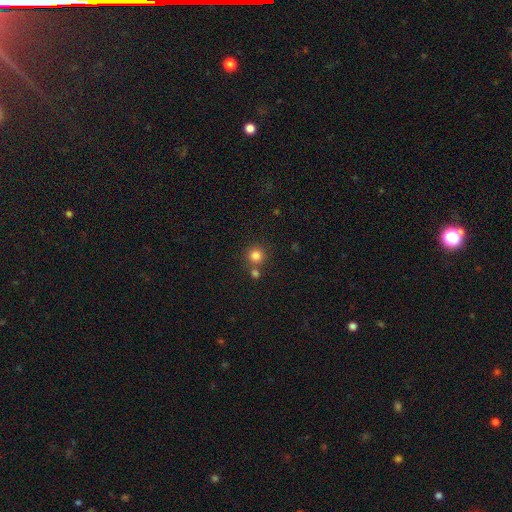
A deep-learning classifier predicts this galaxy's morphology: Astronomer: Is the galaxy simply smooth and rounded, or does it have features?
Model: smooth — 82%.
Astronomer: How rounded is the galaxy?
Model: round — 94%.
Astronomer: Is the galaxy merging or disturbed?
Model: none — 70%.